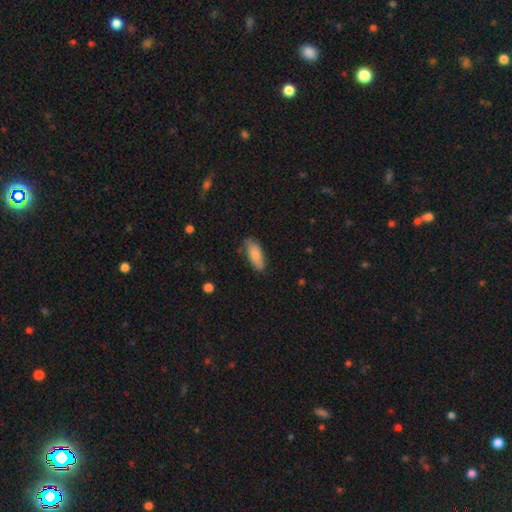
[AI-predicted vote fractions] This appears to be a smooth galaxy with no disk features (82%) that is in between round and cigar-shaped (70%). Merging: none (75%).